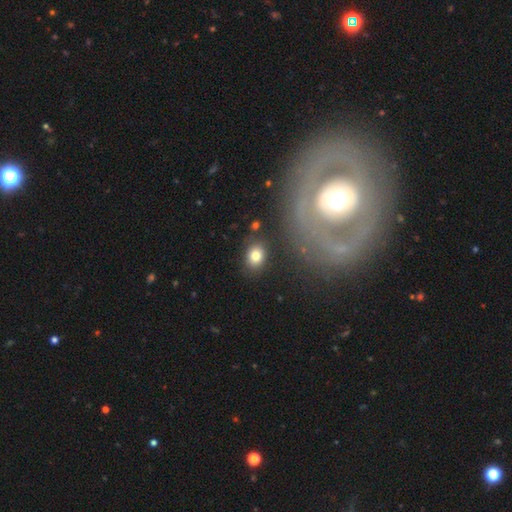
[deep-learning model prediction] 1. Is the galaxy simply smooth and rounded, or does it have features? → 81% smooth, 10% star or artifact, 9% featured or disk.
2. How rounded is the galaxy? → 58% in between, 41% round, 1% cigar-shaped.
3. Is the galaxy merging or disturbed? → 84% none, 9% minor disturbance, 3% merger, 3% major disturbance.